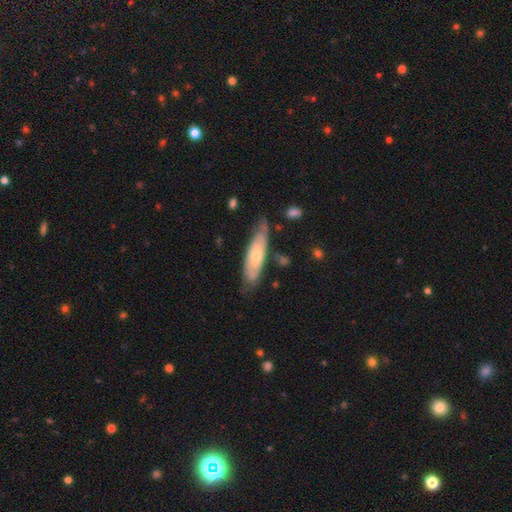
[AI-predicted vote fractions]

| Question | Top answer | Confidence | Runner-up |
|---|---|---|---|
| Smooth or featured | featured or disk | 50% | smooth (44%) |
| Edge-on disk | no | 62% | yes (38%) |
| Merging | none | 68% | minor disturbance (24%) |